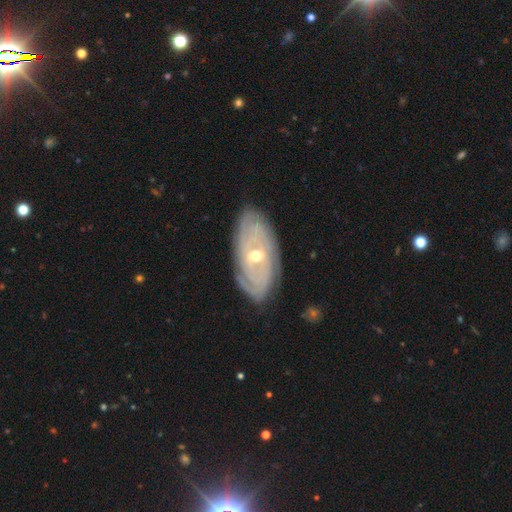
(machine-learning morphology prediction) This is clearly a featured or disk galaxy (81%). It is clearly not viewed edge-on (91%). Bar: possibly no (52%). Spiral arm pattern: clearly yes (91%). Spiral arm count: possibly can't tell (48%). Spiral winding: likely tight (79%). Central bulge: possibly moderate (58%). Merging: clearly none (83%).